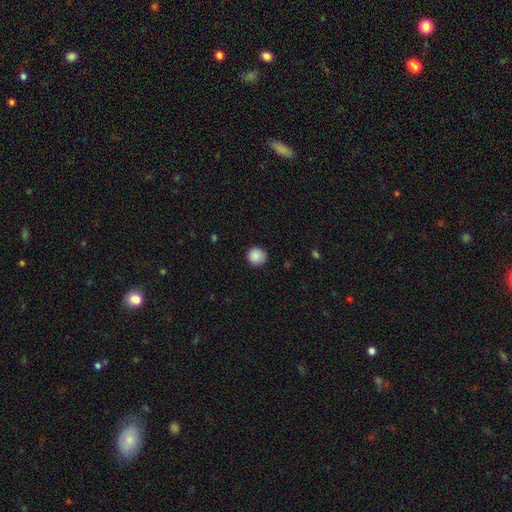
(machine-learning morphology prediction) Smooth or featured? smooth (87%)
How rounded? round (93%)
Merging? none (88%)